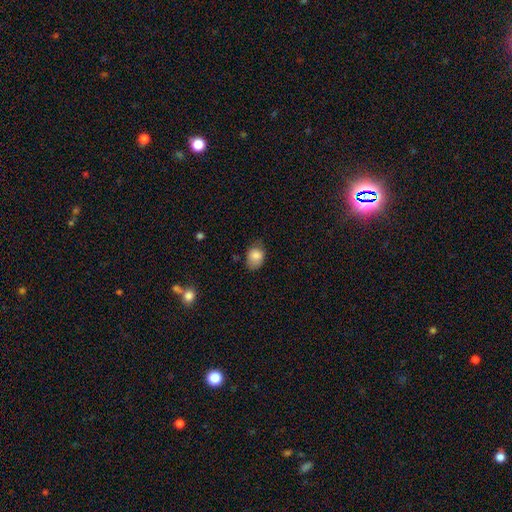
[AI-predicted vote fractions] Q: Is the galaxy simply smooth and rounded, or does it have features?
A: smooth — 84%.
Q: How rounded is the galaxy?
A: in between — 67%.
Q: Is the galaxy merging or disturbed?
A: none — 61%.